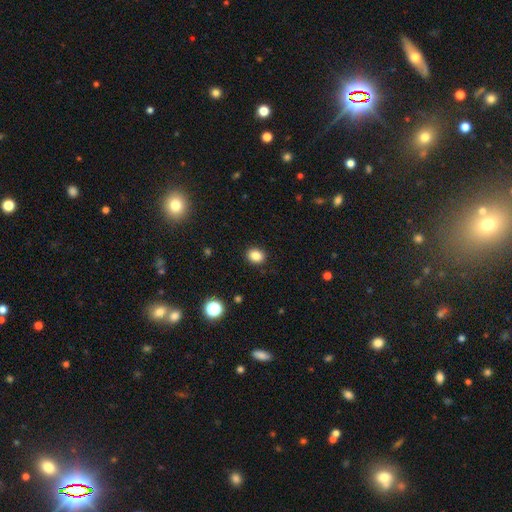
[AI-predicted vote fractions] Smooth or featured?
  - smooth: 85% *
  - star or artifact: 11%
  - featured or disk: 4%
How rounded?
  - round: 50% *
  - in between: 49%
  - cigar-shaped: 1%
Merging?
  - none: 90% *
  - minor disturbance: 7%
  - major disturbance: 2%
  - merger: 1%